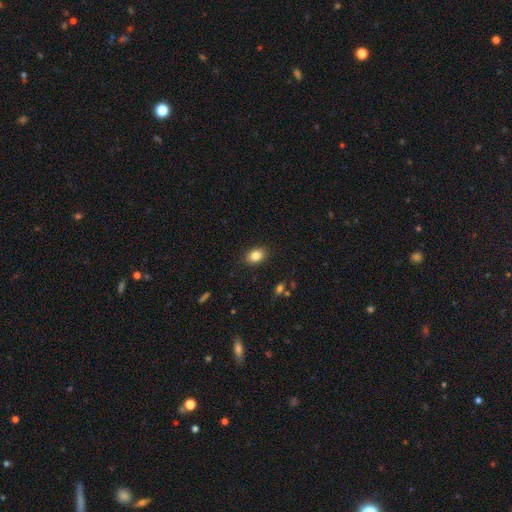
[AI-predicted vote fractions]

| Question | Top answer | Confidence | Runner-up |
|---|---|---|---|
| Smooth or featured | smooth | 84% | star or artifact (9%) |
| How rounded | in between | 77% | round (22%) |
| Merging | none | 88% | minor disturbance (9%) |